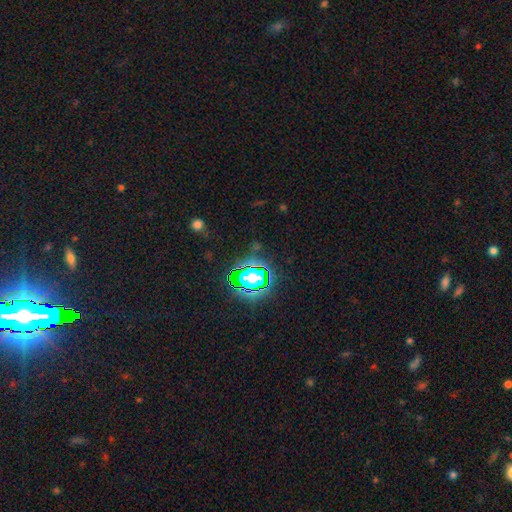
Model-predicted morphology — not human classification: star or artifact 80%, smooth 13%, featured or disk 7%.